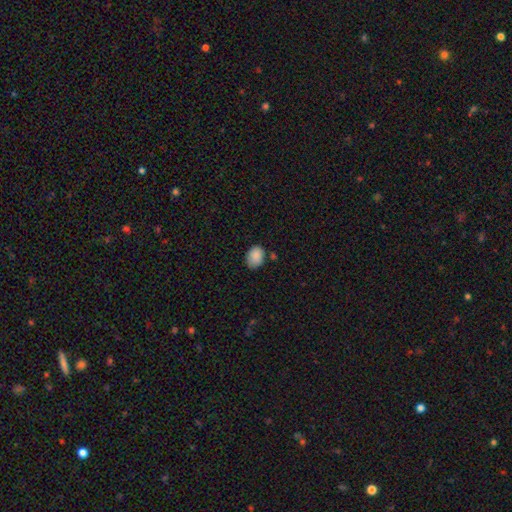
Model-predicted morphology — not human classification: Overall: smooth (88%). How rounded: in between (67%; round 32%). Merging: none (69%).